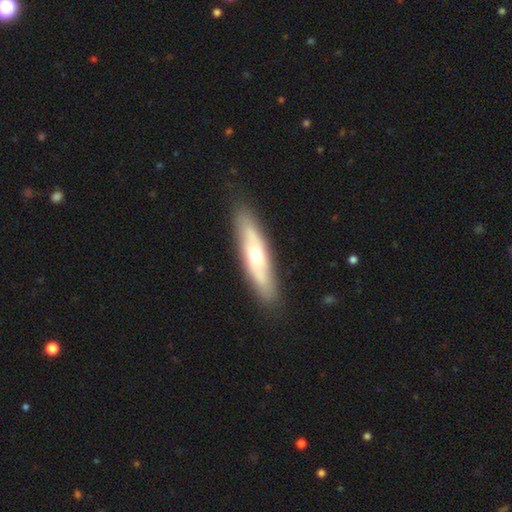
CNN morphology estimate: Q: Smooth or featured?
A: featured or disk (53%); runner-up: smooth (42%)
Q: Edge-on disk?
A: yes (50%); tied with: no (50%)
Q: Merging?
A: none (86%); runner-up: minor disturbance (10%)